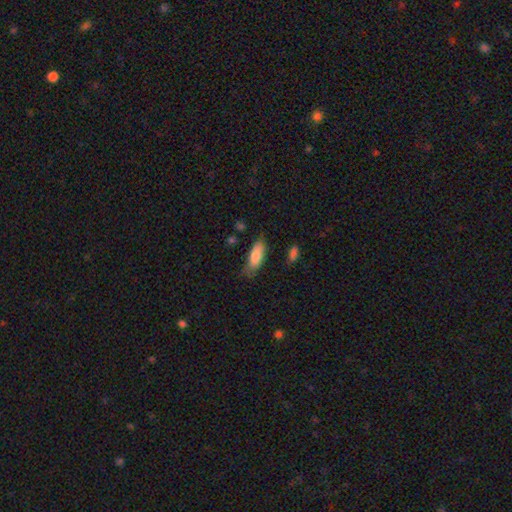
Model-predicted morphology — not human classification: smooth-or-featured: smooth: 82% | featured or disk: 12% | star or artifact: 6%
  how-rounded: in between: 75% | cigar-shaped: 23% | round: 2%
  merging: none: 65% | minor disturbance: 26% | major disturbance: 7% | merger: 2%